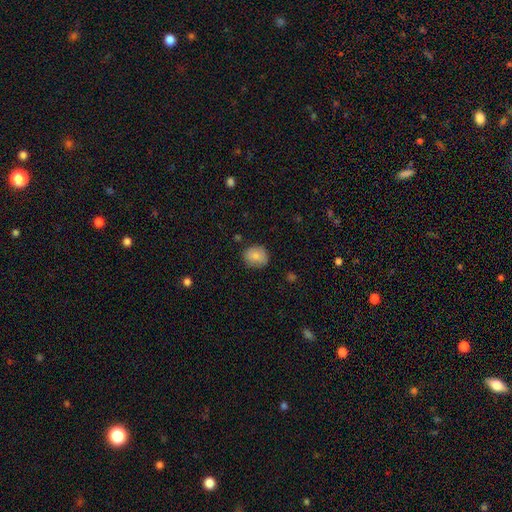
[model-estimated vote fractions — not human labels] The model was most divided on "how rounded": round: 72%, in between: 27%, cigar-shaped: 1%. More confident: smooth or featured — smooth (84%); merging — none (78%).